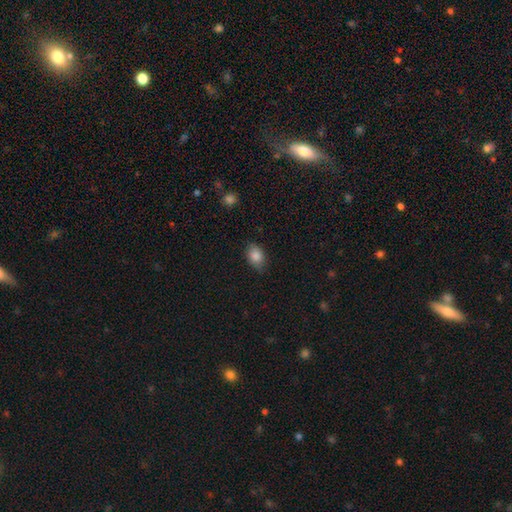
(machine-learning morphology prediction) type=smooth (85%); roundness=in between (82%); merging=none (78%).